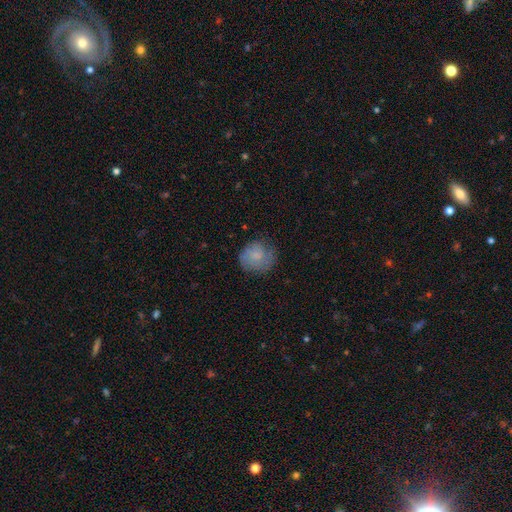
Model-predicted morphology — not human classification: Q: Smooth or featured?
A: smooth (73%); runner-up: featured or disk (19%)
Q: How rounded?
A: round (81%); runner-up: in between (18%)
Q: Merging?
A: none (66%); runner-up: minor disturbance (24%)